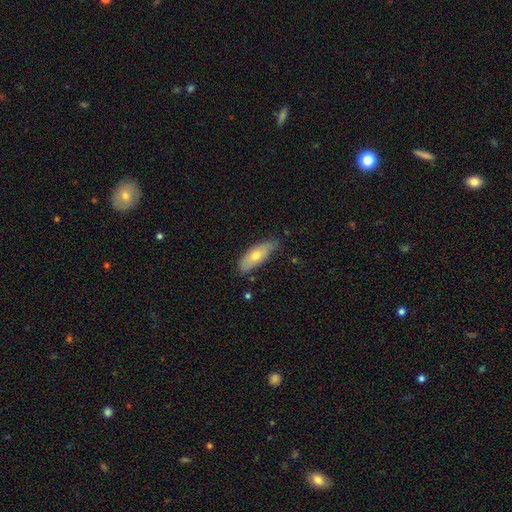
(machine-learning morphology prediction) Q: Smooth or featured?
A: smooth (65%); runner-up: featured or disk (29%)
Q: How rounded?
A: in between (65%); runner-up: cigar-shaped (33%)
Q: Merging?
A: none (73%); runner-up: minor disturbance (22%)